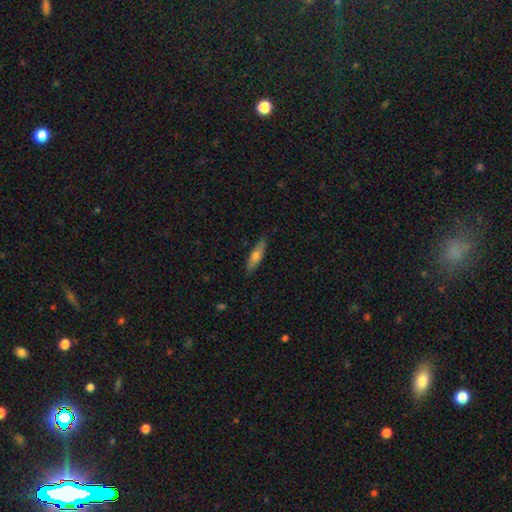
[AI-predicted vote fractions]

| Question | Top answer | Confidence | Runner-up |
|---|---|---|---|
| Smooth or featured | smooth | 67% | featured or disk (27%) |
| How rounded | cigar-shaped | 60% | in between (38%) |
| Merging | none | 82% | minor disturbance (15%) |